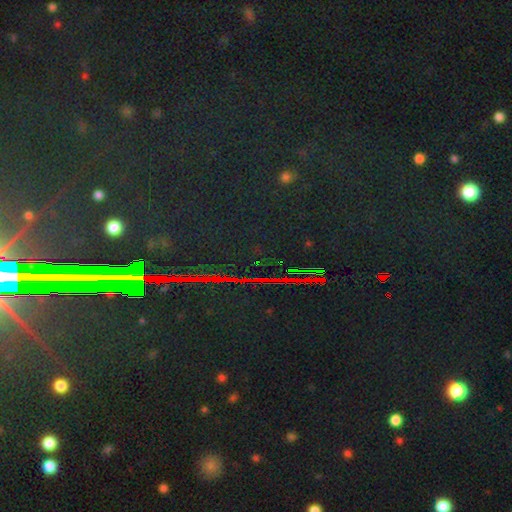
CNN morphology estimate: Smooth or featured? Predicted: star or artifact (p=0.86).